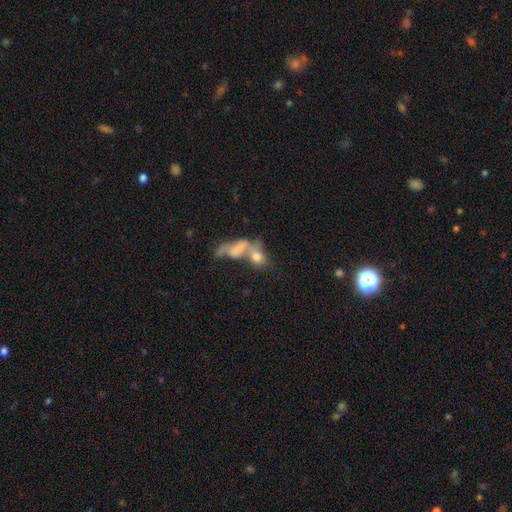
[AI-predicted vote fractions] Smooth or featured: smooth — 53% (featured or disk — 31%)
How rounded: in between — 62% (round — 23%)
Merging: merger — 58% (none — 22%)